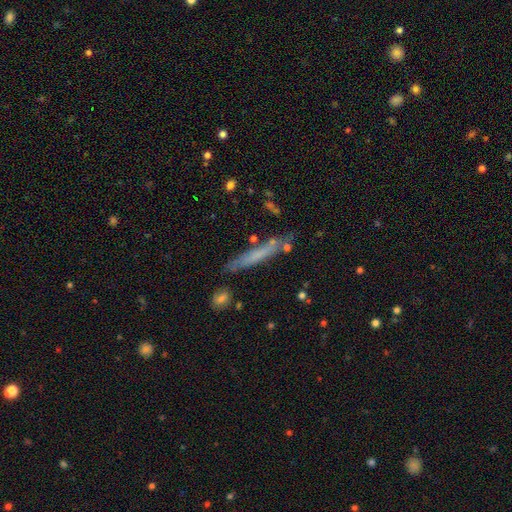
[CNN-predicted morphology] smooth_or_featured: smooth (p=0.53) [alt: featured or disk p=0.38]
how_rounded: cigar-shaped (p=0.93) [alt: in between p=0.05]
merging: none (p=0.75) [alt: minor disturbance p=0.16]